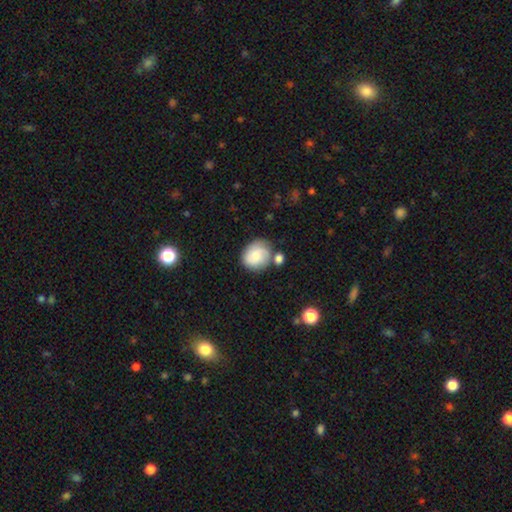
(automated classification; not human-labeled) smooth 72%, featured or disk 21%, star or artifact 8%. Down the decision tree: how rounded — round (66%); merging — none (59%).